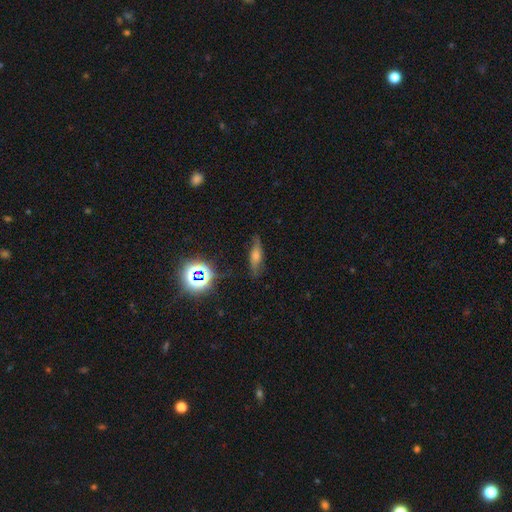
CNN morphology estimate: Q: Smooth or featured?
A: smooth (48%); runner-up: featured or disk (34%)
Q: Merging?
A: none (75%); runner-up: minor disturbance (18%)